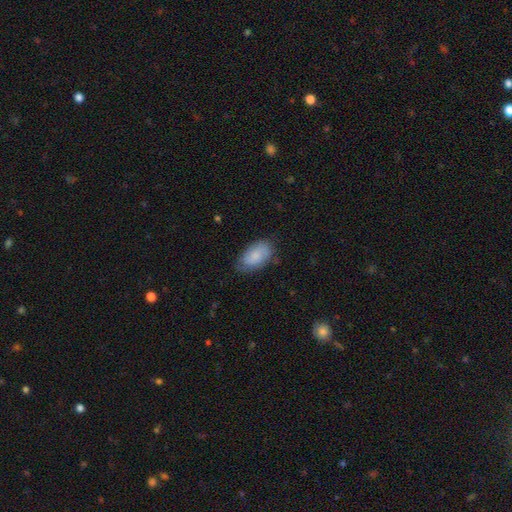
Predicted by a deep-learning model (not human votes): Smooth or featured: smooth — 68% (featured or disk — 25%)
How rounded: in between — 93% (round — 5%)
Merging: none — 73% (minor disturbance — 21%)